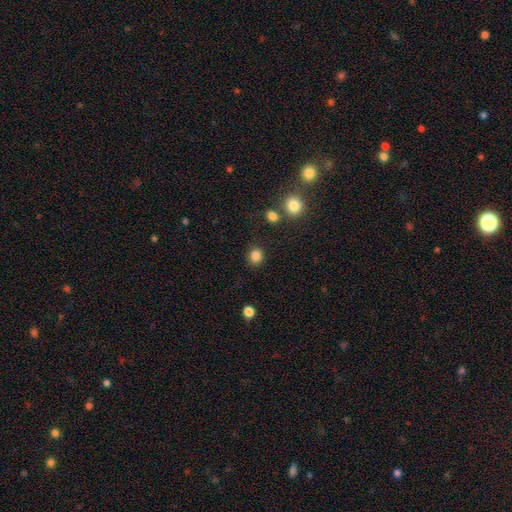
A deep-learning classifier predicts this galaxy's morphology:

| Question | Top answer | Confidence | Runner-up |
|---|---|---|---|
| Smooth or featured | smooth | 85% | star or artifact (11%) |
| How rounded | round | 79% | in between (20%) |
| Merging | none | 86% | minor disturbance (8%) |